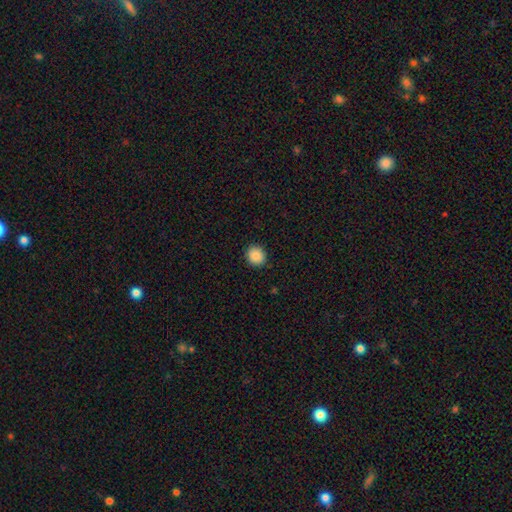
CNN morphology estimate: Smooth or featured: smooth — 89% (star or artifact — 9%)
How rounded: round — 84% (in between — 15%)
Merging: none — 91% (minor disturbance — 6%)